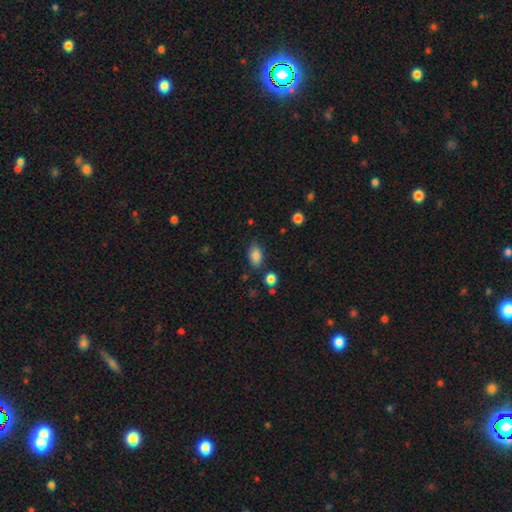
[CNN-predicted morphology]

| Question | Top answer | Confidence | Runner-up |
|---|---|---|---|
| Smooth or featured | smooth | 85% | star or artifact (9%) |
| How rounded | in between | 90% | round (8%) |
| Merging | none | 80% | minor disturbance (13%) |